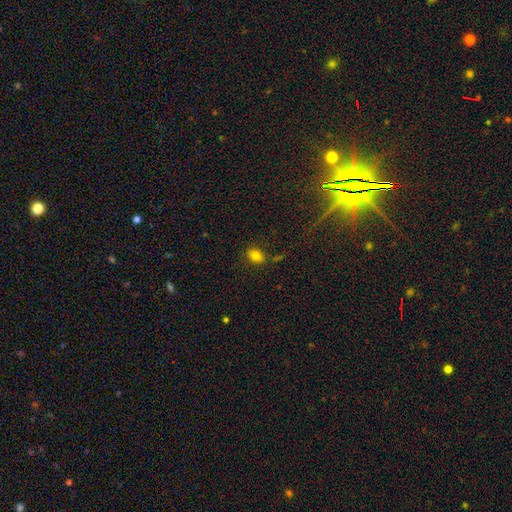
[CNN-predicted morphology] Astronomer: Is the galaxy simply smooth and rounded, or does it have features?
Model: smooth — 80%.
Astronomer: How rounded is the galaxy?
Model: in between — 73%.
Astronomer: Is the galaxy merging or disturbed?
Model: none — 78%.